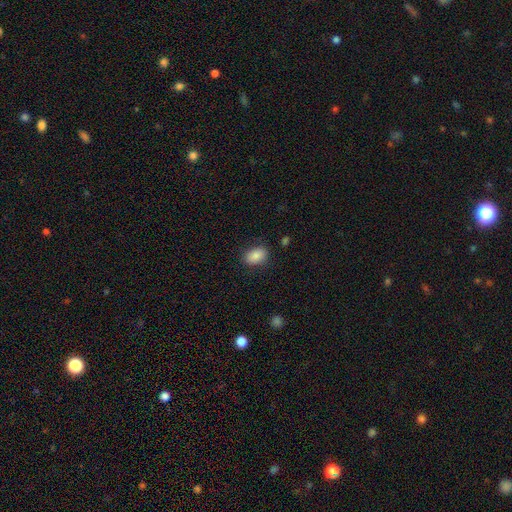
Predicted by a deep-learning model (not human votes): A smooth galaxy with no disk features (86%) that is in between round and cigar-shaped (86%). Merging: none (84%).